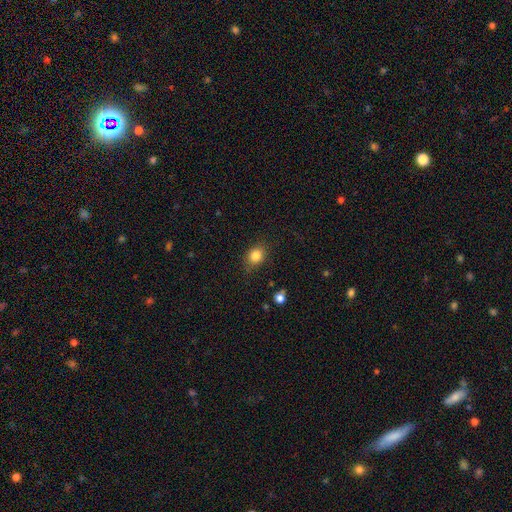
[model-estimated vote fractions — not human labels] A smooth galaxy with no disk features (83%) that is round (57%). Merging: none (81%).